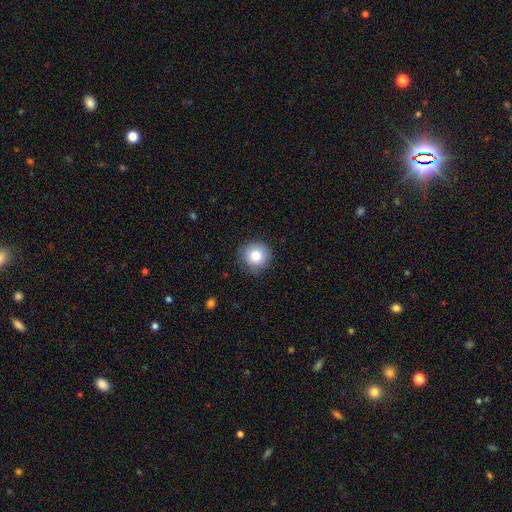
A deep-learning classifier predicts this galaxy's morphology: A smooth galaxy with no disk features (81%) that is round (94%).

Vote fractions:
- Smooth or featured? smooth: 81% / star or artifact: 10% / featured or disk: 9%
- How rounded? round: 94% / in between: 5% / cigar-shaped: 1%
- Merging? none: 87% / minor disturbance: 10% / major disturbance: 2% / merger: 1%